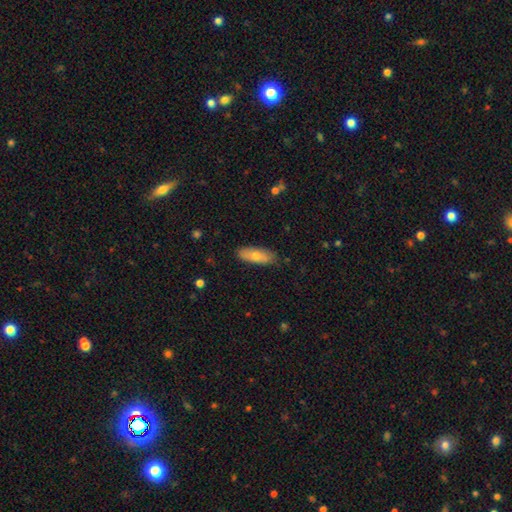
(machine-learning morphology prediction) smooth-or-featured: smooth: 68% | featured or disk: 25% | star or artifact: 7%
  how-rounded: in between: 62% | cigar-shaped: 36% | round: 2%
  merging: none: 84% | minor disturbance: 12% | major disturbance: 2% | merger: 1%